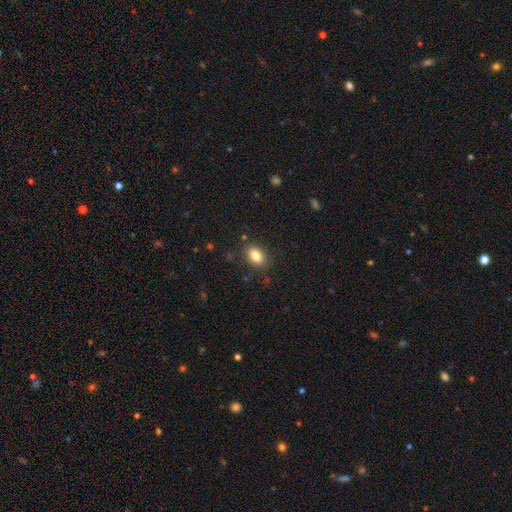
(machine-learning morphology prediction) This is clearly a smooth galaxy (84%). How rounded: clearly in between (84%). Merging: clearly none (86%).